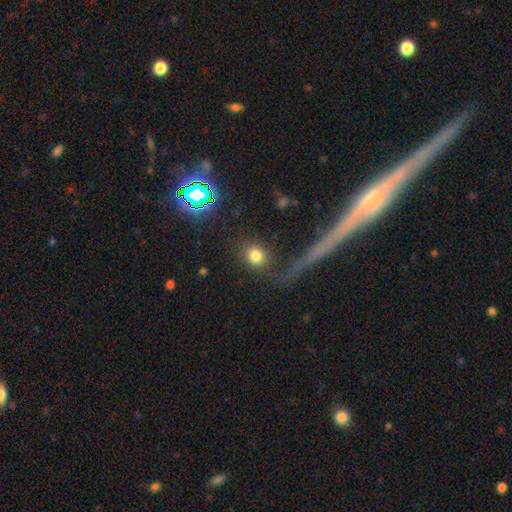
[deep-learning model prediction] This appears to be a smooth galaxy with no disk features (79%) that is round (82%). Merging: none (77%).